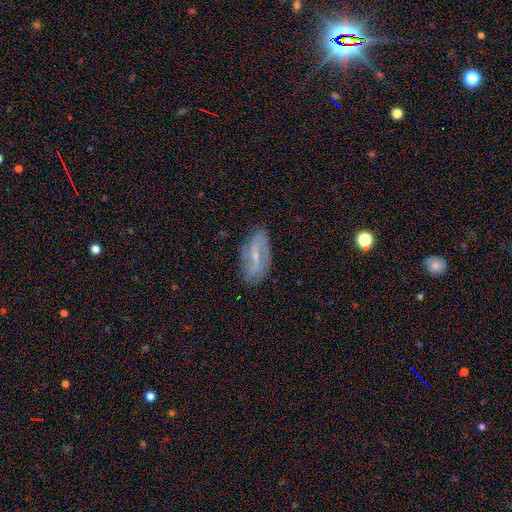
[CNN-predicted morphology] The model was most divided on "spiral winding": loose: 43%, medium: 35%, tight: 22%. Remaining: edge-on disk — no (92%); spiral arms — yes (84%); merging — none (79%); spiral arm count — 2 (77%); smooth or featured — featured or disk (72%); bulge size — small (61%); bar — weak (48%).